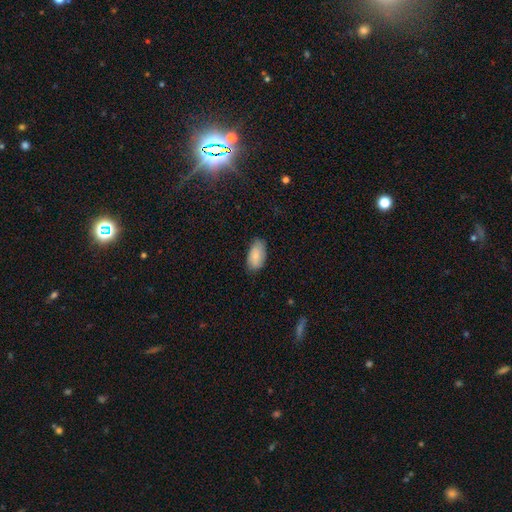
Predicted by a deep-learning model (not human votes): Q: Smooth or featured?
A: smooth (81%); runner-up: featured or disk (12%)
Q: How rounded?
A: in between (94%); runner-up: round (3%)
Q: Merging?
A: none (73%); runner-up: minor disturbance (23%)